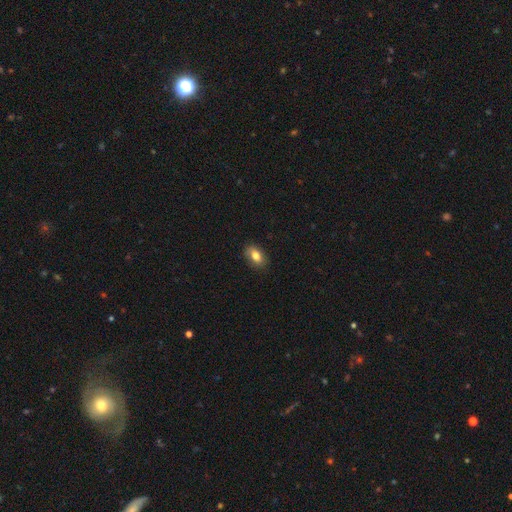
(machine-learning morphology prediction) smooth 82%, featured or disk 10%, star or artifact 8%. Down the decision tree: how rounded — in between (88%); merging — none (85%).